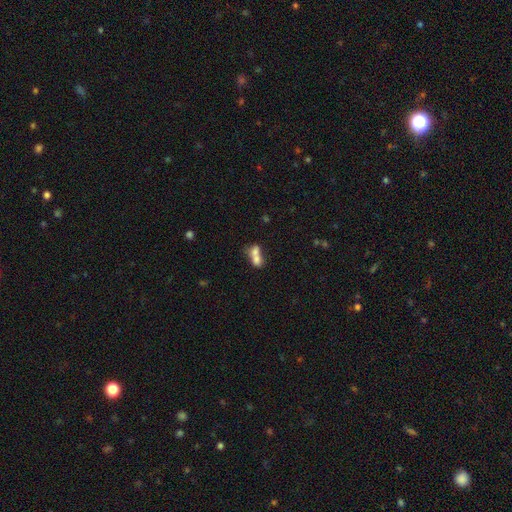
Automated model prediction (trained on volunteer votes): A smooth galaxy with no disk features (68%) that is in between round and cigar-shaped (64%). Merging: merger (73%).